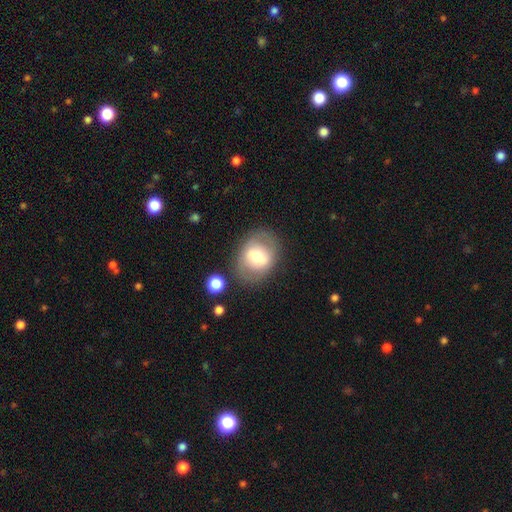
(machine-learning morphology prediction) Smooth or featured? smooth (55%)
How rounded? in between (62%)
Merging? none (75%)